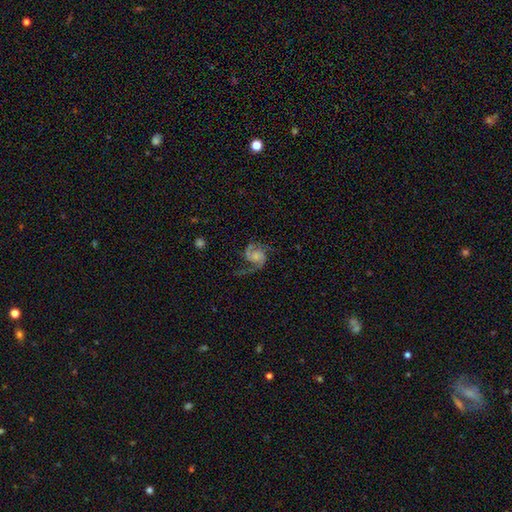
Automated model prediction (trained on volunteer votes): This appears to be a featured or disk galaxy (87%) with no bar (69%), 2 (89%) medium (50%) spiral arms (97%) and a small central bulge (33%). Merging: none (63%).